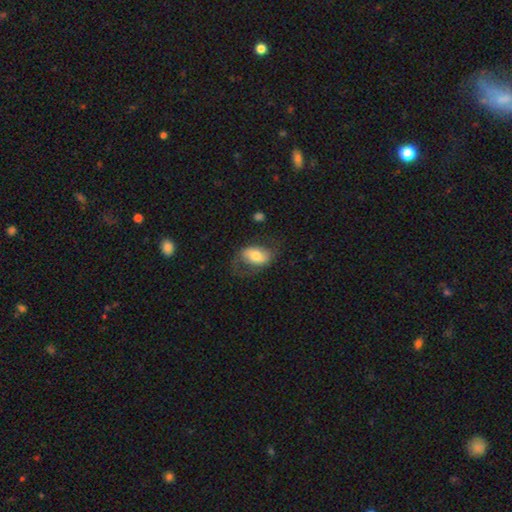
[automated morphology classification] Overall: smooth (56%; featured or disk 37%). How rounded: in between (87%). Merging: none (55%; minor disturbance 24%).